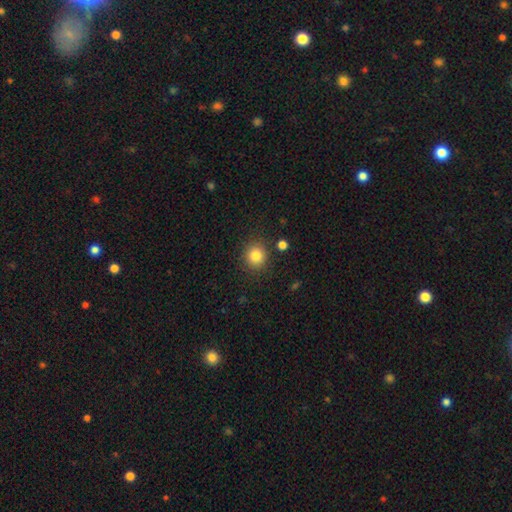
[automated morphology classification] The model was most divided on "smooth or featured": smooth: 83%, star or artifact: 11%, featured or disk: 6%. More confident: how rounded — round (89%); merging — none (87%).